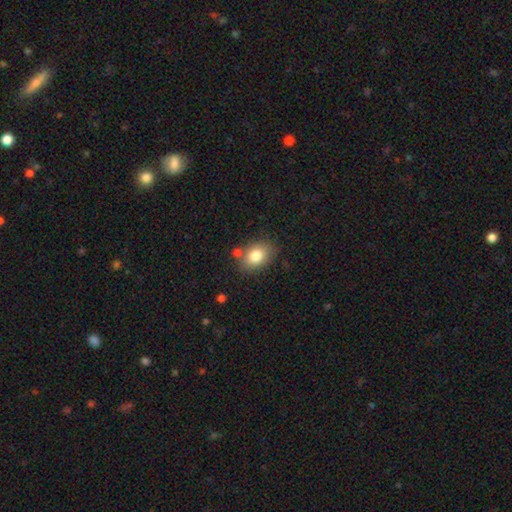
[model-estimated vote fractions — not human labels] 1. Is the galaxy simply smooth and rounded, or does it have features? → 80% smooth, 11% featured or disk, 9% star or artifact.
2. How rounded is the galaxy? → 74% in between, 24% round, 1% cigar-shaped.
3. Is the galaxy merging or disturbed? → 74% none, 15% minor disturbance, 7% merger, 4% major disturbance.